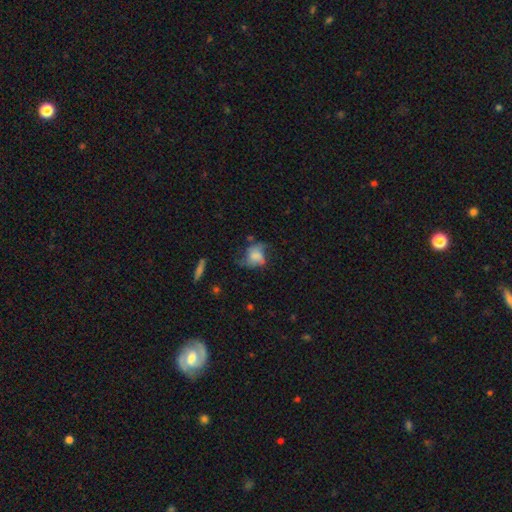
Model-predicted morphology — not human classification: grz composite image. It shows a smooth galaxy with no disk features (54%) that is in between round and cigar-shaped (53%). Merging: none (38%).